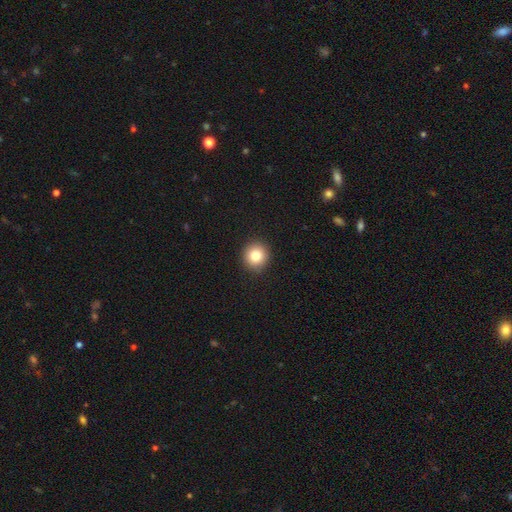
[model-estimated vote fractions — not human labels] A smooth galaxy with no disk features (82%) that is round (93%).

Vote fractions:
- Smooth or featured? smooth: 82% / star or artifact: 10% / featured or disk: 8%
- How rounded? round: 93% / in between: 6% / cigar-shaped: 1%
- Merging? none: 93% / minor disturbance: 5% / major disturbance: 2% / merger: 1%